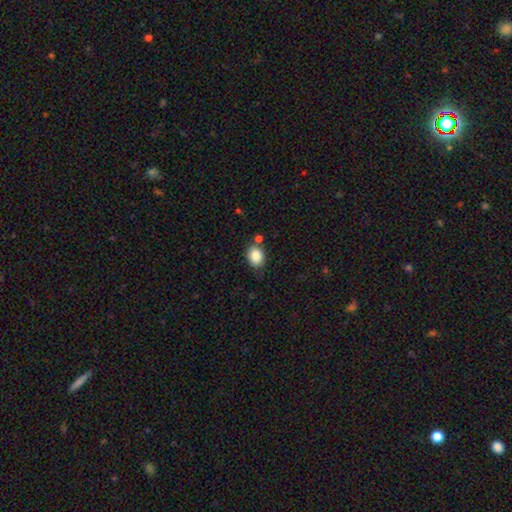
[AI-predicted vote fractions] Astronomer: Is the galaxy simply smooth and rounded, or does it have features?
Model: smooth — 86%.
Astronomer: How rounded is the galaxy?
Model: in between — 64%.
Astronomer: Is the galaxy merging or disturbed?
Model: none — 73%.